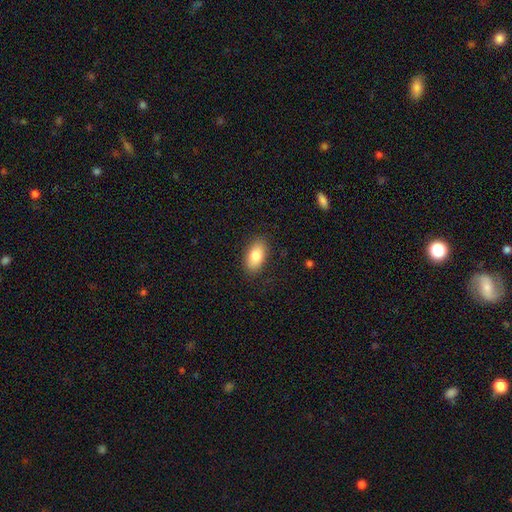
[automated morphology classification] This appears to be a smooth galaxy with no disk features (82%) that is in between round and cigar-shaped (92%). Merging: none (87%).